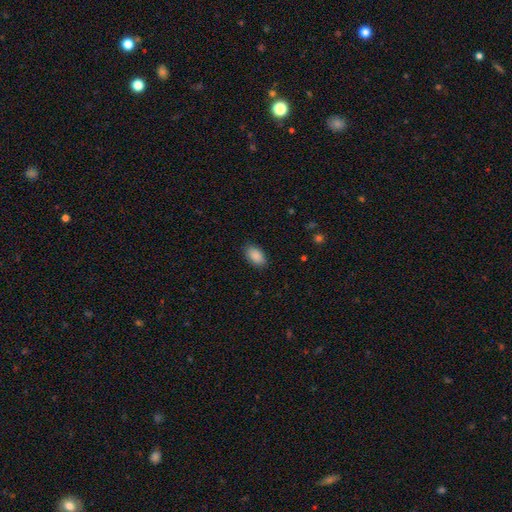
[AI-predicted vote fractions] smooth_or_featured: smooth (p=0.90) [alt: star or artifact p=0.07]
how_rounded: in between (p=0.94) [alt: round p=0.04]
merging: none (p=0.88) [alt: minor disturbance p=0.09]